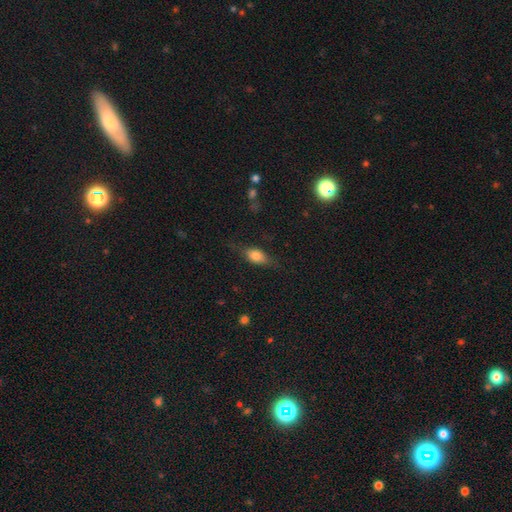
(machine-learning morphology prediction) A smooth galaxy with no disk features (72%) that is in between round and cigar-shaped (79%).

Vote fractions:
- Smooth or featured? smooth: 72% / featured or disk: 19% / star or artifact: 9%
- How rounded? in between: 79% / cigar-shaped: 13% / round: 8%
- Merging? none: 68% / minor disturbance: 21% / major disturbance: 9% / merger: 2%